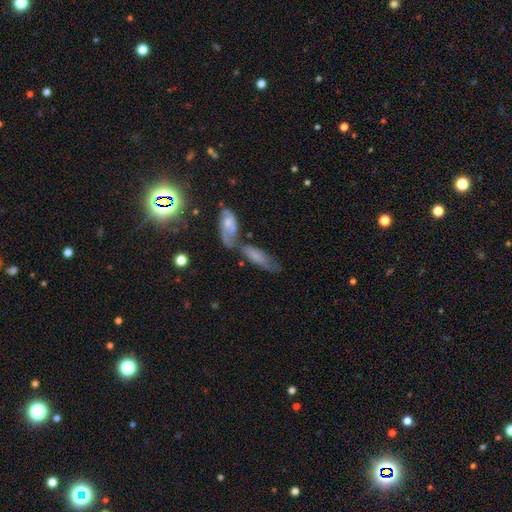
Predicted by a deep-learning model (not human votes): Smooth or featured?
  - smooth: 51% *
  - featured or disk: 38%
  - star or artifact: 10%
How rounded?
  - in between: 58% *
  - cigar-shaped: 39%
  - round: 3%
Merging?
  - none: 37% *
  - merger: 36%
  - minor disturbance: 17%
  - major disturbance: 10%